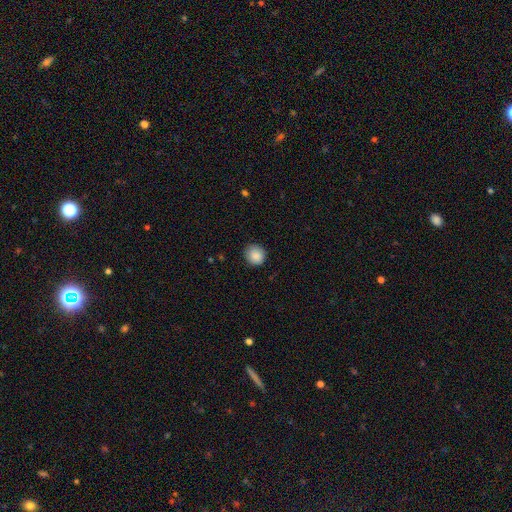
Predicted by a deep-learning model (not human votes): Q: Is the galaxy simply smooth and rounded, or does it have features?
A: smooth — 88%.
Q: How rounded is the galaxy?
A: round — 86%.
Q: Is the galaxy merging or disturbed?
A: none — 85%.